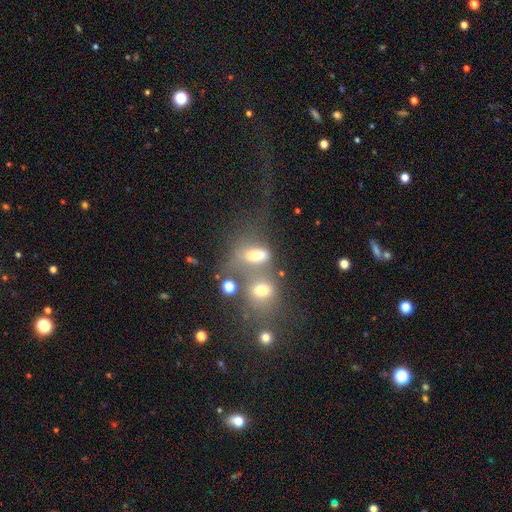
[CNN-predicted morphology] A smooth galaxy with no disk features (57%) that is in between round and cigar-shaped (72%).

Vote fractions:
- Smooth or featured? smooth: 57% / featured or disk: 24% / star or artifact: 18%
- How rounded? in between: 72% / round: 19% / cigar-shaped: 9%
- Merging? merger: 50% / major disturbance: 20% / none: 20% / minor disturbance: 10%